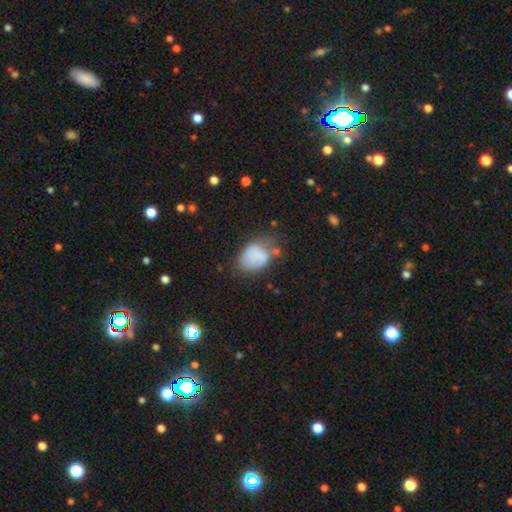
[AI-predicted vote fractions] Overall: smooth (74%). How rounded: in between (75%). Merging: none (35%; minor disturbance 34%).